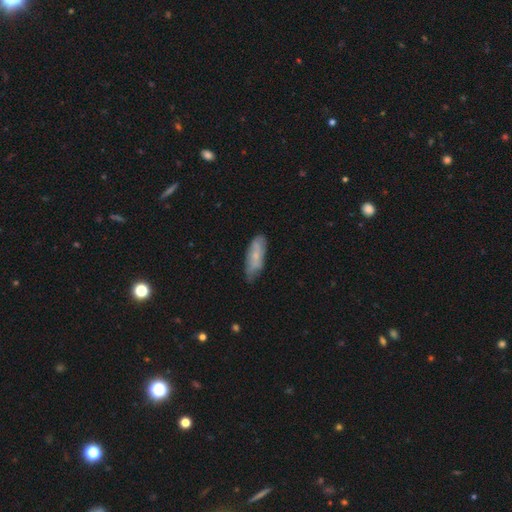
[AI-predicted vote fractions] Smooth or featured? smooth (59%)
How rounded? in between (62%)
Merging? none (63%)